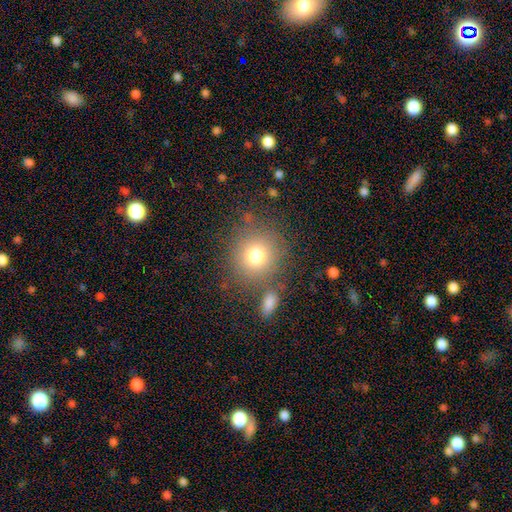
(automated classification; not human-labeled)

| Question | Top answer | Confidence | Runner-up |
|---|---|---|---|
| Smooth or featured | smooth | 76% | star or artifact (13%) |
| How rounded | round | 85% | in between (14%) |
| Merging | none | 74% | minor disturbance (11%) |